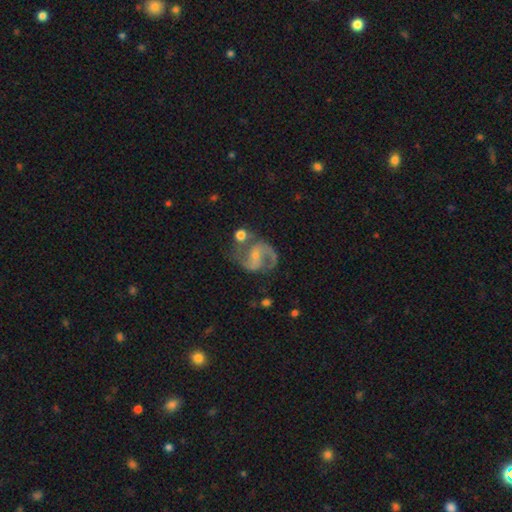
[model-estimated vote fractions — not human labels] featured or disk 87%, smooth 7%, star or artifact 6%. Down the decision tree: edge-on disk — no (98%); bar — weak (45%); spiral arms — yes (96%); spiral arm count — 2 (89%); spiral winding — medium (59%); bulge size — small (65%); merging — none (63%).